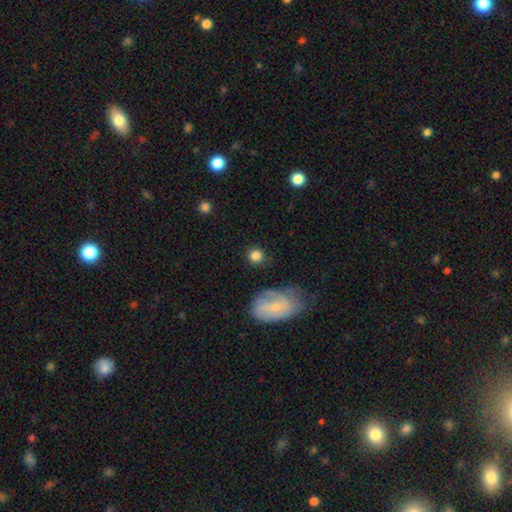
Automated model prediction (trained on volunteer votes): This is clearly a smooth galaxy (82%). How rounded: clearly round (88%). Merging: clearly none (83%).